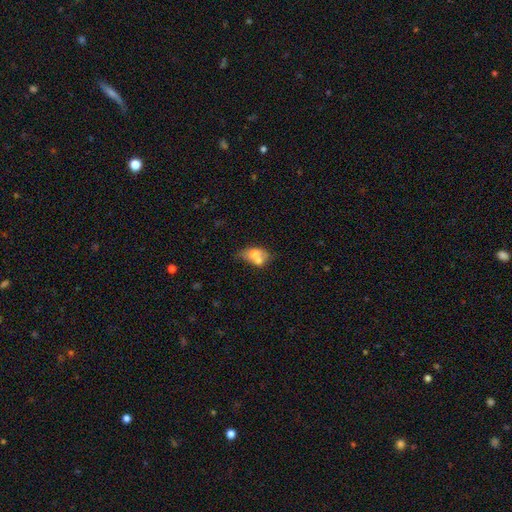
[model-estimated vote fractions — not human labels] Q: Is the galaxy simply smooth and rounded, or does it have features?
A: smooth — 62%.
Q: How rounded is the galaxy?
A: in between — 80%.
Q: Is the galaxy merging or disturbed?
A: merger — 52%.